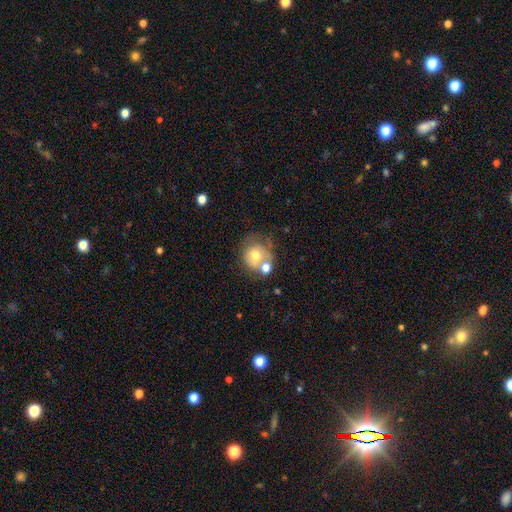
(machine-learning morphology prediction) Smooth or featured? smooth (58%)
How rounded? round (74%)
Merging? merger (37%)